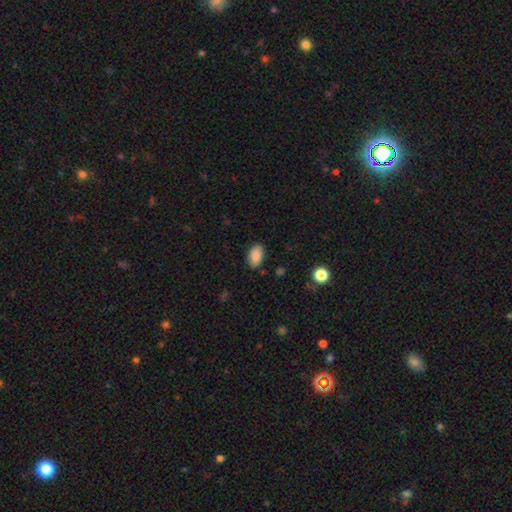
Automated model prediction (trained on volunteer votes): A smooth galaxy with no disk features (86%) that is in between round and cigar-shaped (93%). Merging: none (86%).